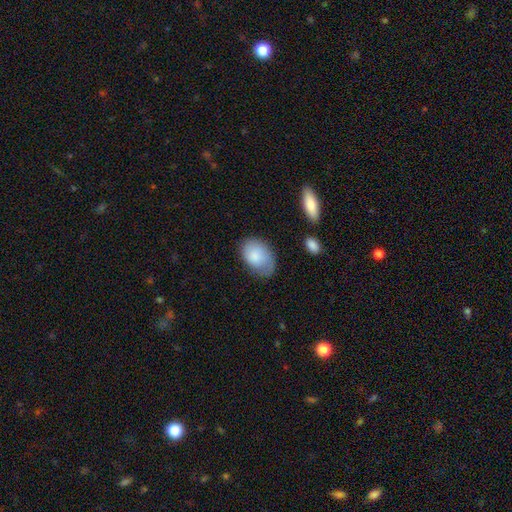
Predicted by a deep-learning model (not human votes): This is likely a smooth galaxy (79%). How rounded: clearly in between (84%). Merging: possibly none (59%).